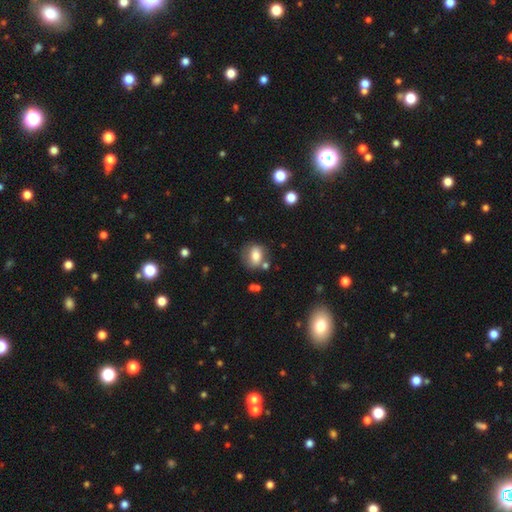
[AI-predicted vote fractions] A smooth galaxy with no disk features (71%) that is in between round and cigar-shaped (62%).

Vote fractions:
- Smooth or featured? smooth: 71% / featured or disk: 20% / star or artifact: 9%
- How rounded? in between: 62% / round: 36% / cigar-shaped: 2%
- Merging? none: 63% / minor disturbance: 19% / merger: 10% / major disturbance: 8%